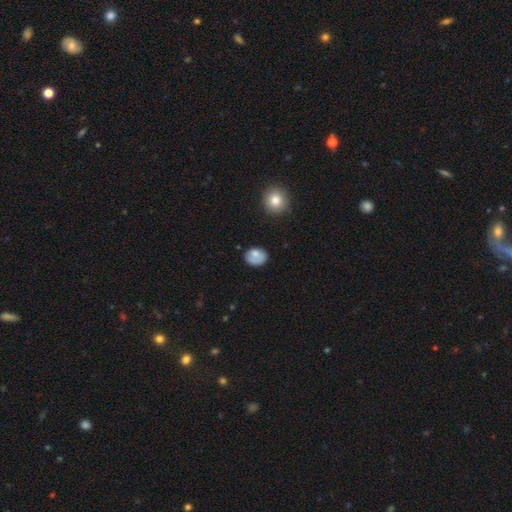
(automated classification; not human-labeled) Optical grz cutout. It shows a smooth galaxy with no disk features (75%) that is in between round and cigar-shaped (52%). Merging: none (65%).